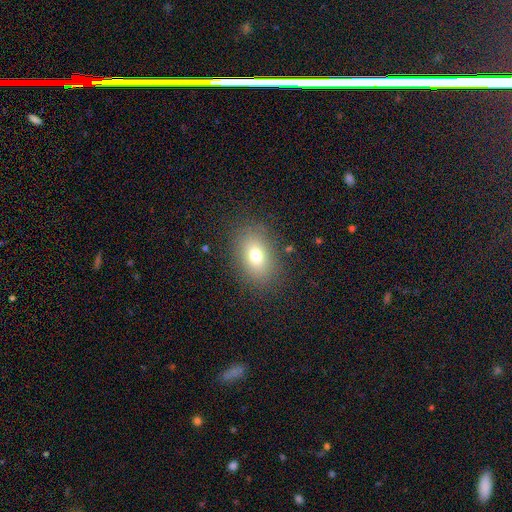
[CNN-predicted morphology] Smooth or featured?
  - smooth: 74% *
  - featured or disk: 14%
  - star or artifact: 13%
How rounded?
  - in between: 78% *
  - round: 21%
  - cigar-shaped: 2%
Merging?
  - none: 84% *
  - minor disturbance: 10%
  - major disturbance: 4%
  - merger: 1%